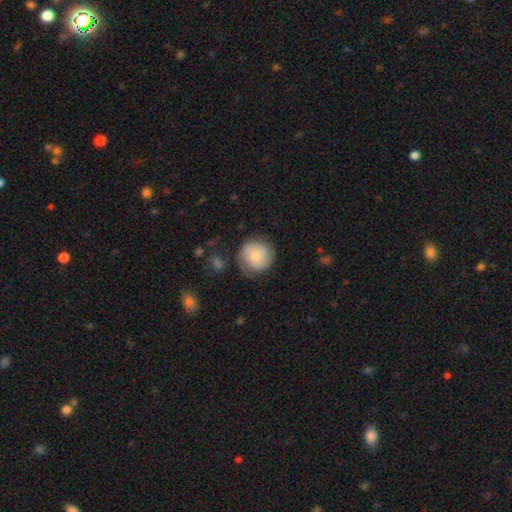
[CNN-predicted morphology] This is possibly a smooth galaxy (55%). How rounded: clearly round (92%). Merging: likely none (69%).